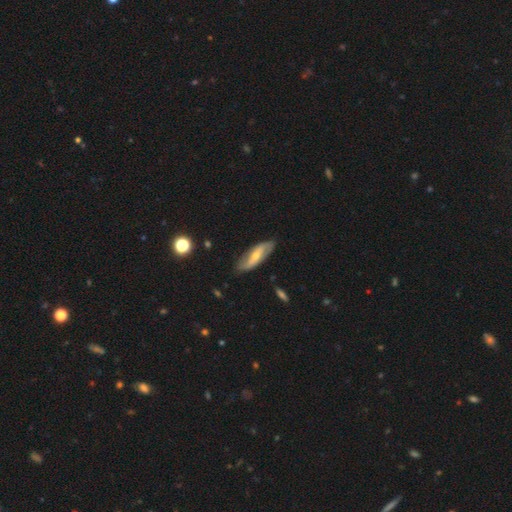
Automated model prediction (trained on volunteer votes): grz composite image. It shows a featured or disk galaxy (64%) with a weak bar (34%, tied with strong), spiral arms (80%) and a small central bulge (53%). Merging: none (77%).